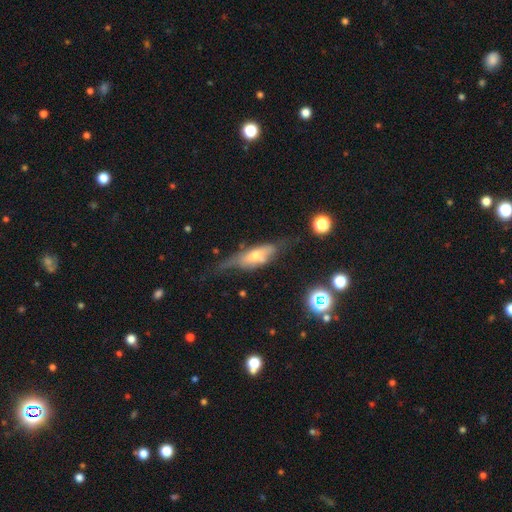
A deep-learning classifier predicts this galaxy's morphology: This appears to be a featured or disk galaxy (56%) viewed edge-on (65%). Merging: none (46%).